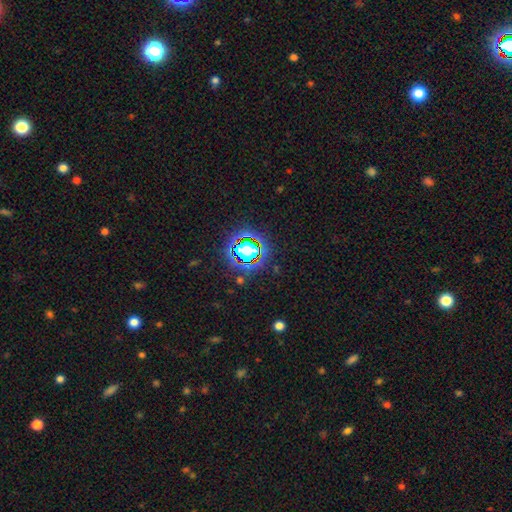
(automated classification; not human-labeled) Smooth or featured: star or artifact — 80% (smooth — 13%)